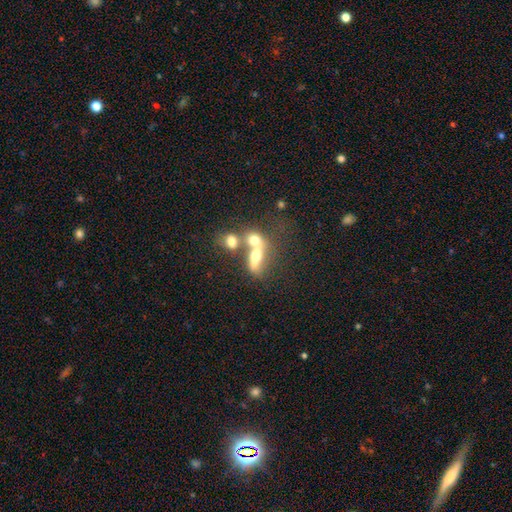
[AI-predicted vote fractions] Q: Smooth or featured?
A: smooth (57%); runner-up: featured or disk (31%)
Q: How rounded?
A: in between (55%); runner-up: round (26%)
Q: Merging?
A: merger (57%); runner-up: none (26%)